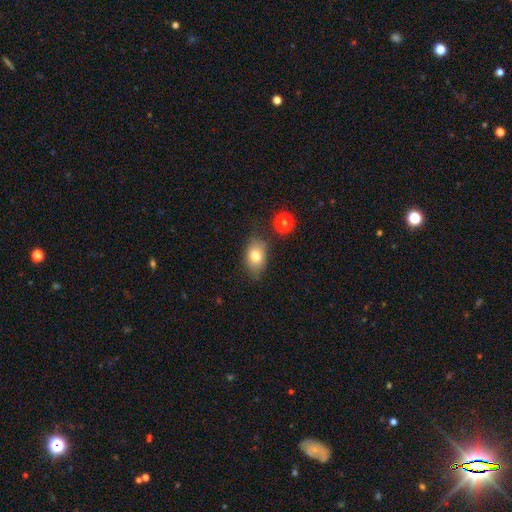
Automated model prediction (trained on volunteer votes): A smooth galaxy with no disk features (78%) that is in between round and cigar-shaped (81%).

Vote fractions:
- Smooth or featured? smooth: 78% / featured or disk: 13% / star or artifact: 9%
- How rounded? in between: 81% / round: 17% / cigar-shaped: 2%
- Merging? none: 71% / minor disturbance: 21% / major disturbance: 5% / merger: 4%